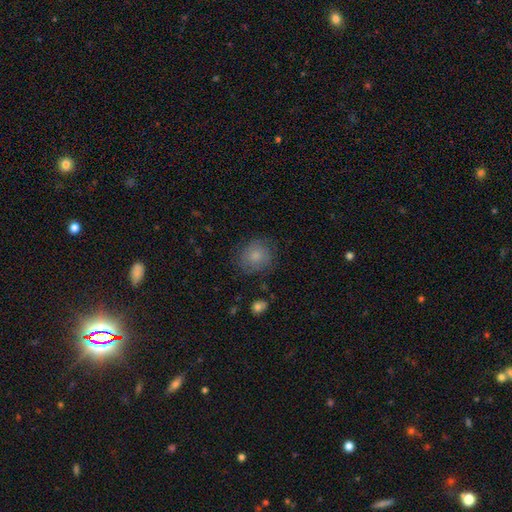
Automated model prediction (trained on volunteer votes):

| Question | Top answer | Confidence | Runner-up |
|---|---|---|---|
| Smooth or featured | smooth | 79% | featured or disk (13%) |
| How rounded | round | 77% | in between (22%) |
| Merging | none | 74% | minor disturbance (18%) |